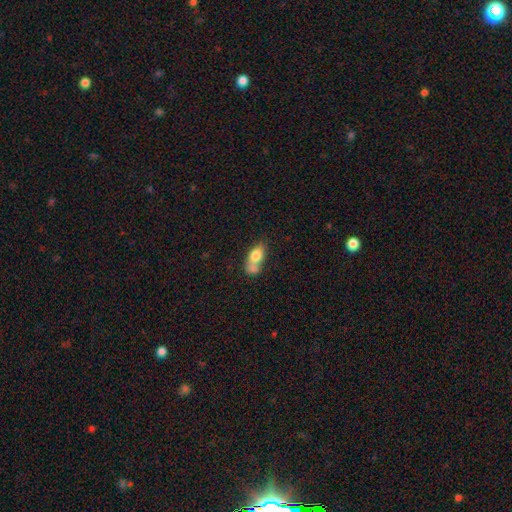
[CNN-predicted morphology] Smooth or featured?
  - smooth: 74% *
  - featured or disk: 18%
  - star or artifact: 8%
How rounded?
  - in between: 78% *
  - round: 14%
  - cigar-shaped: 8%
Merging?
  - merger: 54% *
  - none: 24%
  - minor disturbance: 14%
  - major disturbance: 8%